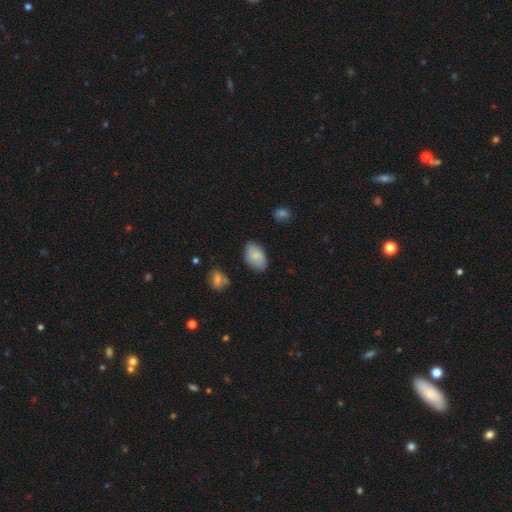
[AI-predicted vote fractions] The model was most divided on "merging": none: 79%, minor disturbance: 16%, major disturbance: 3%, merger: 2%. More confident: how rounded — in between (93%); smooth or featured — smooth (81%).